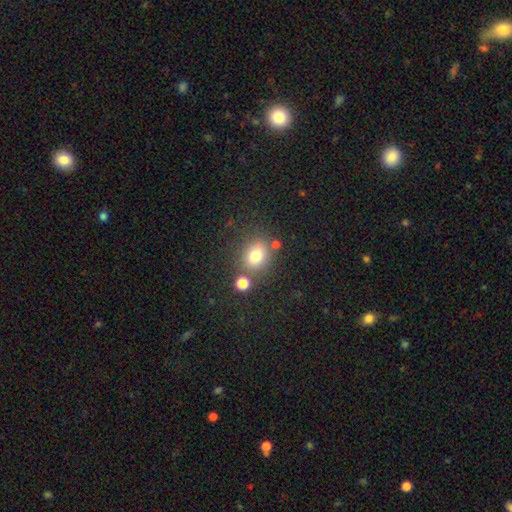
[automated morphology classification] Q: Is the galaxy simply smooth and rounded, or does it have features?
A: smooth — 76%.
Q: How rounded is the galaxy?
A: round — 61%.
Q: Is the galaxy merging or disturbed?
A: none — 72%.